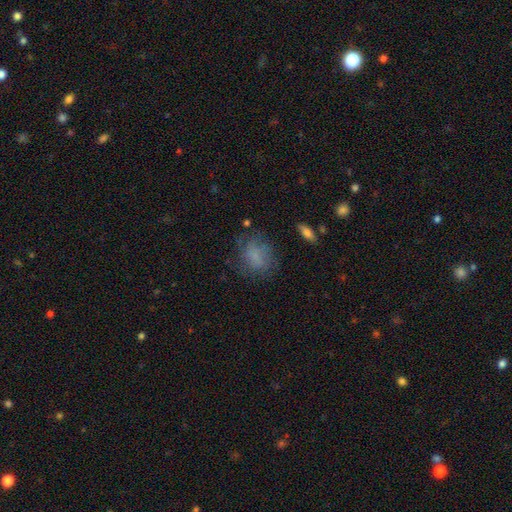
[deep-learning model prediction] smooth-or-featured: smooth: 67% | featured or disk: 20% | star or artifact: 12%
  how-rounded: round: 51% | in between: 47% | cigar-shaped: 2%
  merging: none: 64% | minor disturbance: 21% | major disturbance: 13% | merger: 2%